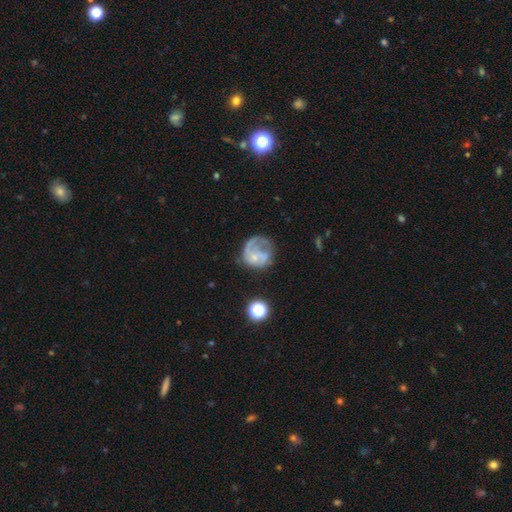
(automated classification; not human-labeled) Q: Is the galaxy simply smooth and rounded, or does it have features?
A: featured or disk — 58%.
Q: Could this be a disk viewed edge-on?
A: no — 98%.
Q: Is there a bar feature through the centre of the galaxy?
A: no — 78%.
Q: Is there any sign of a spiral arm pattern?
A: yes — 65%.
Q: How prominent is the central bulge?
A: small — 52%.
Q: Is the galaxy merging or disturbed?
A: major disturbance — 39%.